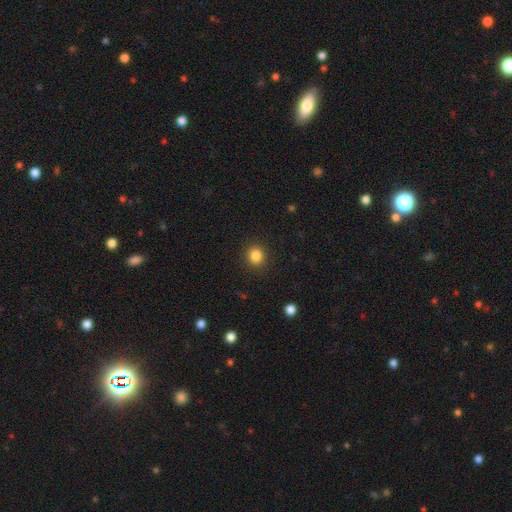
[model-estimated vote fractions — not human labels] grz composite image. It shows a smooth galaxy with no disk features (85%) that is round (88%). Merging: none (91%).